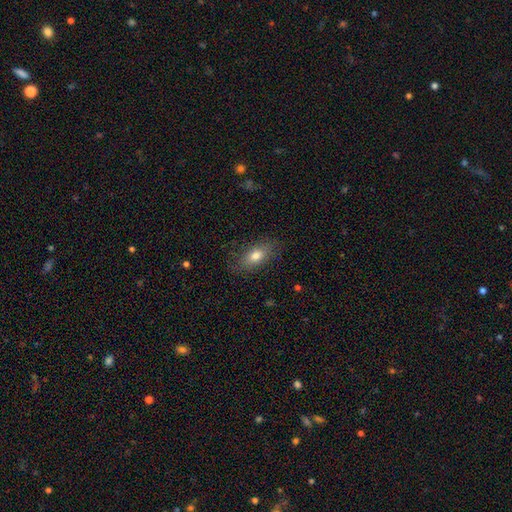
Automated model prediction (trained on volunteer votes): Smooth or featured?
  - smooth: 77% *
  - featured or disk: 15%
  - star or artifact: 8%
How rounded?
  - in between: 84% *
  - cigar-shaped: 9%
  - round: 7%
Merging?
  - none: 80% *
  - minor disturbance: 14%
  - major disturbance: 4%
  - merger: 1%